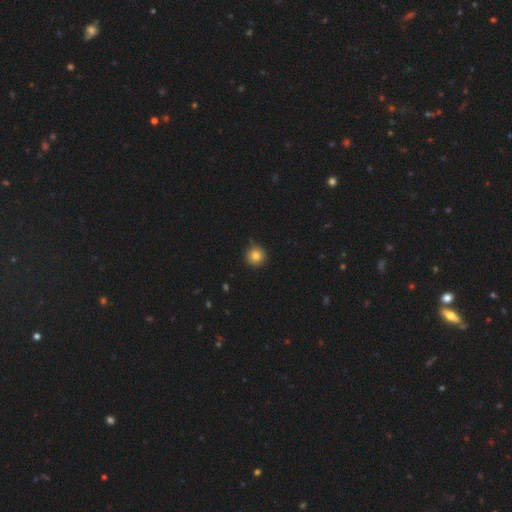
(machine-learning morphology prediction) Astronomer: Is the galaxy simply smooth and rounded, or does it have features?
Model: smooth — 82%.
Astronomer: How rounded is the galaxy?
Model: round — 95%.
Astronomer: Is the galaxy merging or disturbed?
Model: none — 86%.